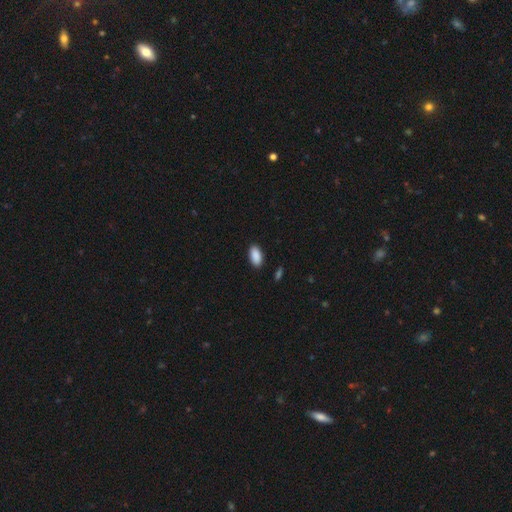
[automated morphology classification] This appears to be a smooth galaxy with no disk features (90%) that is in between round and cigar-shaped (93%). Merging: none (89%).